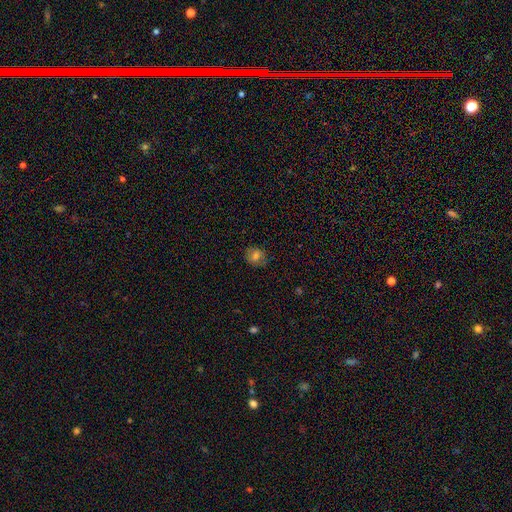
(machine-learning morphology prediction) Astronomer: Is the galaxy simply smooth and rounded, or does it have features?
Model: smooth — 76%.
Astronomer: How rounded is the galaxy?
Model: round — 72%.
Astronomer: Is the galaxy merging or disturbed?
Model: none — 81%.